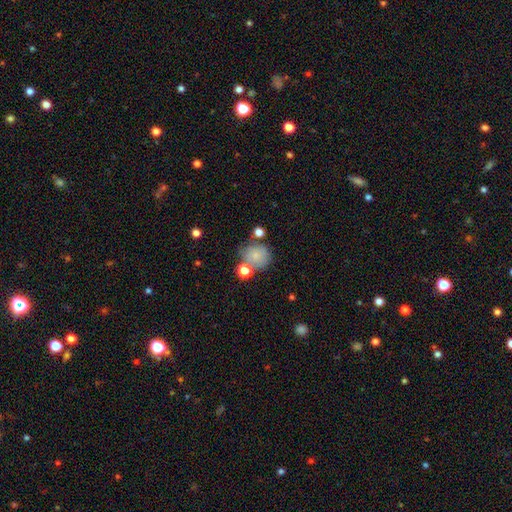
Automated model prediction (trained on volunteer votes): This is likely a smooth galaxy (77%). How rounded: clearly round (80%). Merging: possibly none (56%).